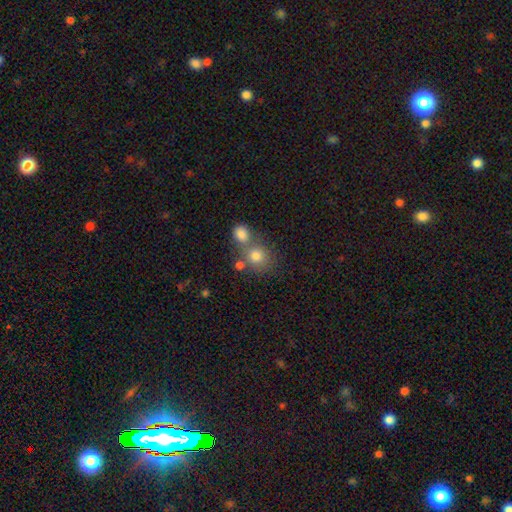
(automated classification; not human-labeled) Morphology: type=smooth (78%); roundness=round (79%); merging=none (50%).